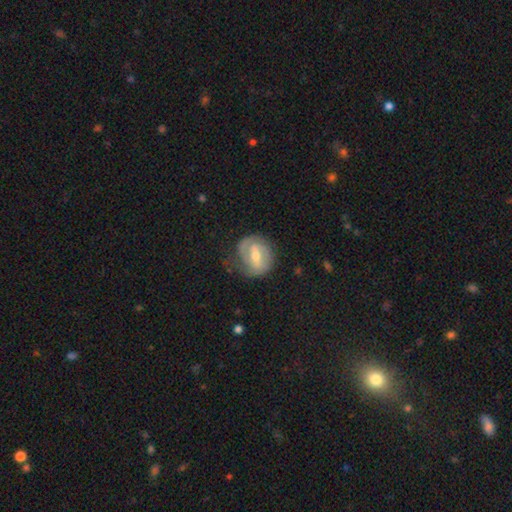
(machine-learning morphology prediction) Q: Smooth or featured?
A: featured or disk (71%); runner-up: smooth (23%)
Q: Edge-on disk?
A: no (97%); runner-up: yes (3%)
Q: Bar?
A: weak (48%); runner-up: strong (33%)
Q: Spiral arms?
A: yes (82%); runner-up: no (18%)
Q: Spiral winding?
A: tight (46%); runner-up: medium (39%)
Q: Spiral arm count?
A: 2 (66%); runner-up: can't tell (18%)
Q: Bulge size?
A: moderate (59%); runner-up: small (35%)
Q: Merging?
A: none (65%); runner-up: minor disturbance (23%)